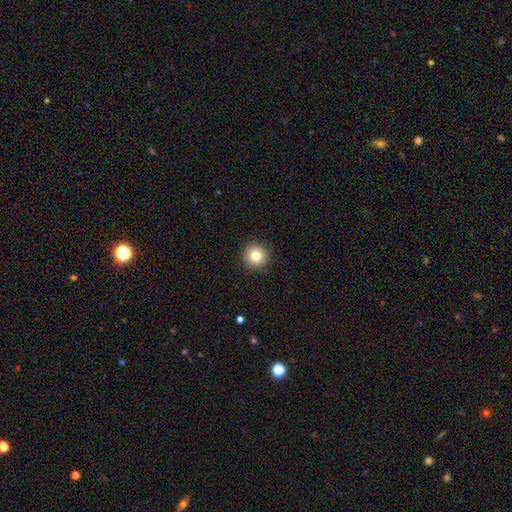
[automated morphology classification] A smooth galaxy with no disk features (80%) that is round (95%).

Vote fractions:
- Smooth or featured? smooth: 80% / star or artifact: 11% / featured or disk: 9%
- How rounded? round: 95% / in between: 4% / cigar-shaped: 1%
- Merging? none: 92% / minor disturbance: 5% / major disturbance: 2% / merger: 1%